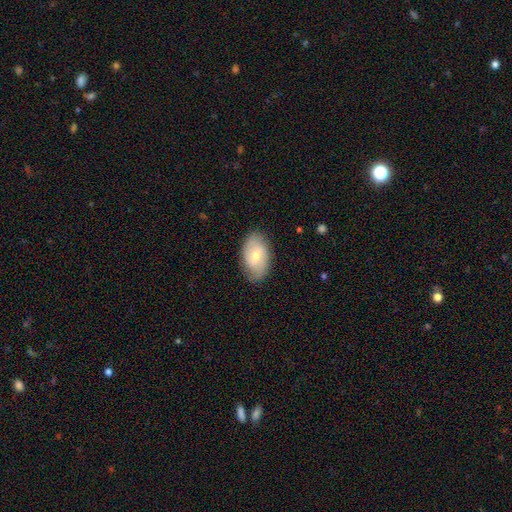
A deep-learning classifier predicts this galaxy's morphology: A smooth galaxy with no disk features (50%). Merging: none (82%).